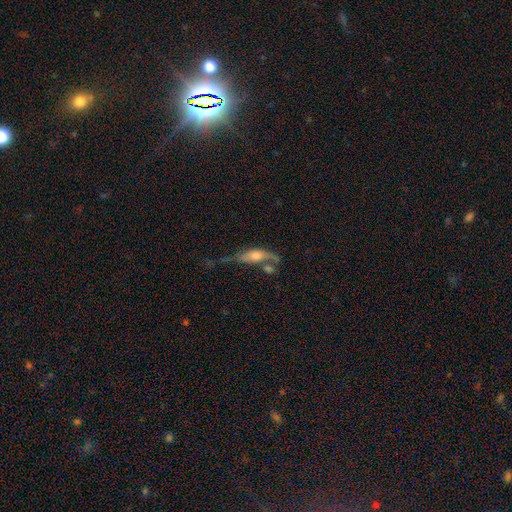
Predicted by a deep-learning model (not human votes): This appears to be a featured or disk galaxy (52%) viewed edge-on (56%). Merging: none (29%).